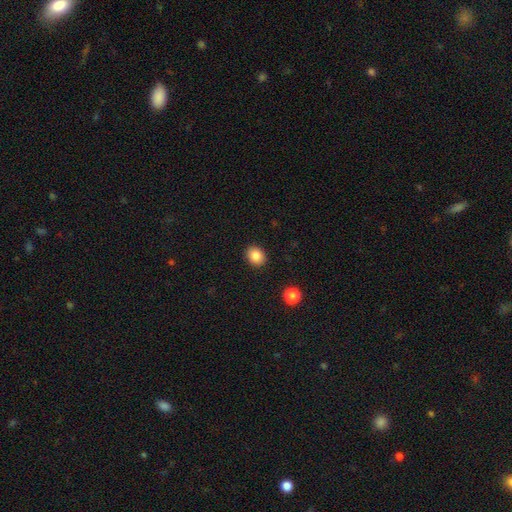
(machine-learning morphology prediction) Smooth or featured: smooth — 84% (star or artifact — 10%)
How rounded: round — 59% (in between — 40%)
Merging: none — 91% (minor disturbance — 6%)